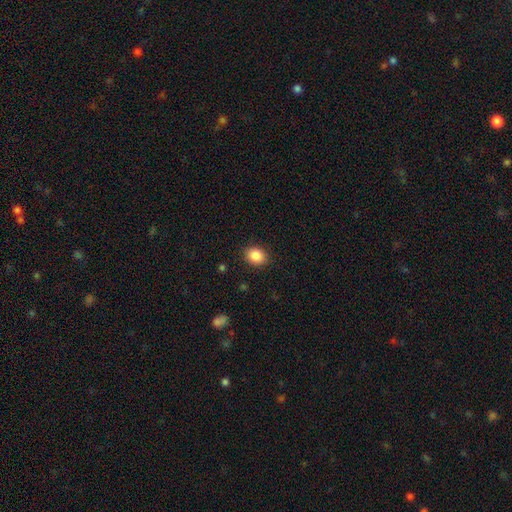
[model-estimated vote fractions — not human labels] Q: Smooth or featured?
A: smooth (88%); runner-up: star or artifact (9%)
Q: How rounded?
A: round (51%); runner-up: in between (49%)
Q: Merging?
A: none (89%); runner-up: minor disturbance (8%)